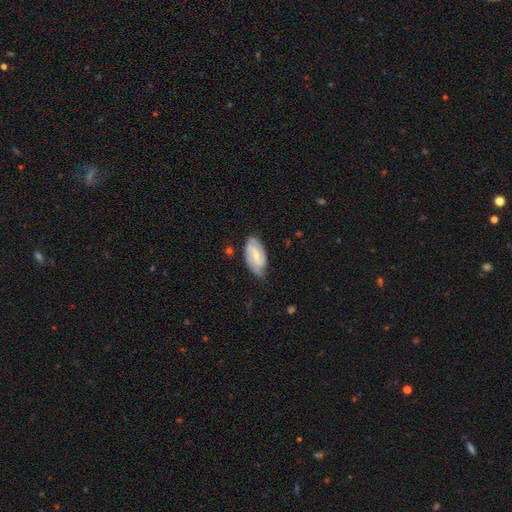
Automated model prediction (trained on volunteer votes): Smooth or featured? featured or disk (65%)
Edge-on disk? no (94%)
Bar? weak (50%)
Spiral arms? yes (88%)
Spiral winding? medium (43%)
Spiral arm count? 2 (69%)
Bulge size? small (54%)
Merging? none (63%)